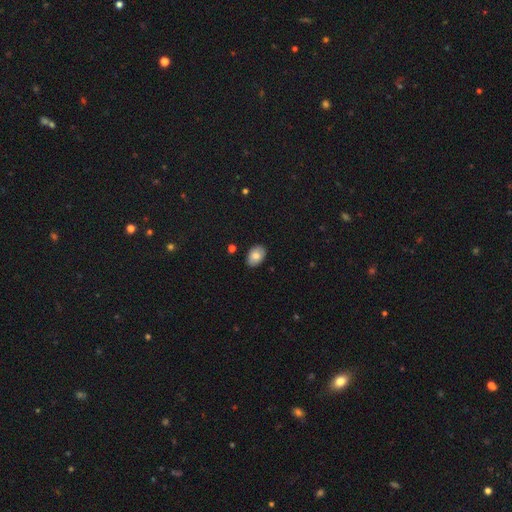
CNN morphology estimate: Smooth or featured?
  - smooth: 81% *
  - featured or disk: 12%
  - star or artifact: 8%
How rounded?
  - in between: 86% *
  - round: 13%
  - cigar-shaped: 1%
Merging?
  - none: 87% *
  - minor disturbance: 10%
  - major disturbance: 2%
  - merger: 1%